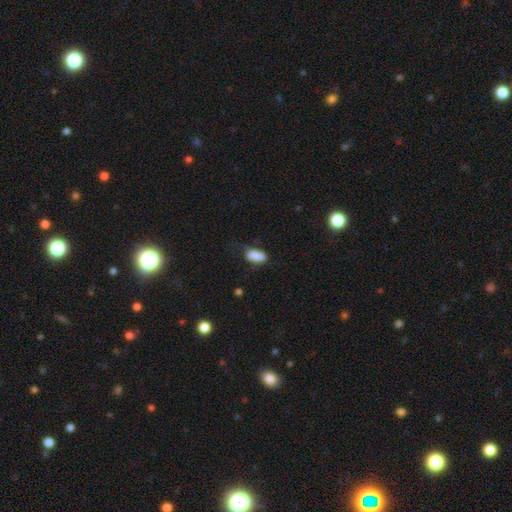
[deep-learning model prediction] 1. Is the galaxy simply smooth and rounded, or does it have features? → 85% smooth, 8% star or artifact, 6% featured or disk.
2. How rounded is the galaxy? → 85% in between, 11% cigar-shaped, 4% round.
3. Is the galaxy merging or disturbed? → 49% none, 34% minor disturbance, 14% major disturbance, 3% merger.